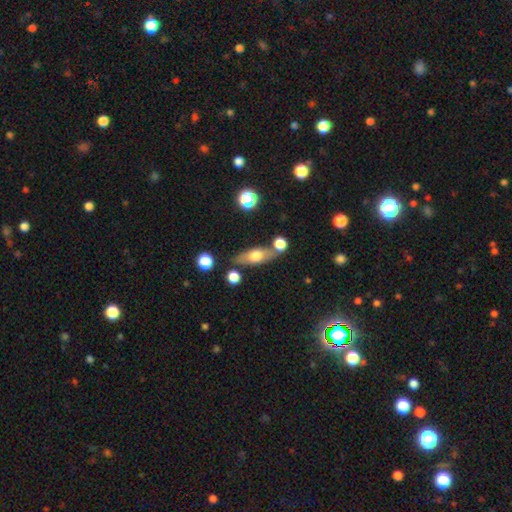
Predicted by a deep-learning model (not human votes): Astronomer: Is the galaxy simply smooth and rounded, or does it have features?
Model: smooth — 54% (runner-up: featured or disk, 39%).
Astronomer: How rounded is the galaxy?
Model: in between — 59% (runner-up: cigar-shaped, 35%).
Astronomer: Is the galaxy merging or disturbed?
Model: none — 72%.